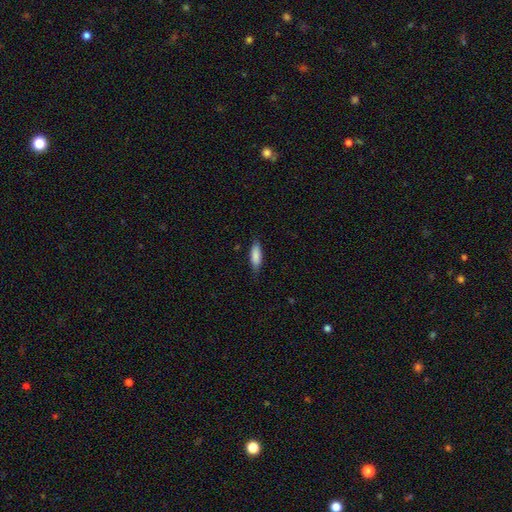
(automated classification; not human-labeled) smooth-or-featured: smooth: 85% | featured or disk: 9% | star or artifact: 6%
  how-rounded: in between: 55% | cigar-shaped: 43% | round: 2%
  merging: none: 80% | minor disturbance: 16% | major disturbance: 3% | merger: 1%